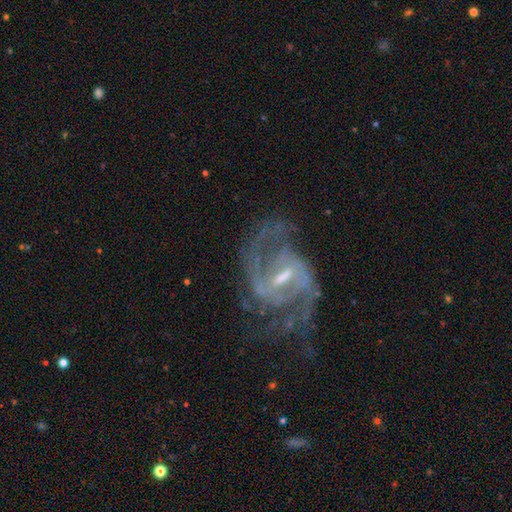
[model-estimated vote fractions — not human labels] A featured or disk galaxy (90%) with a weak bar (48%), 2 (82%) medium (56%) spiral arms (98%) and a small central bulge (65%). Merging: none (69%).